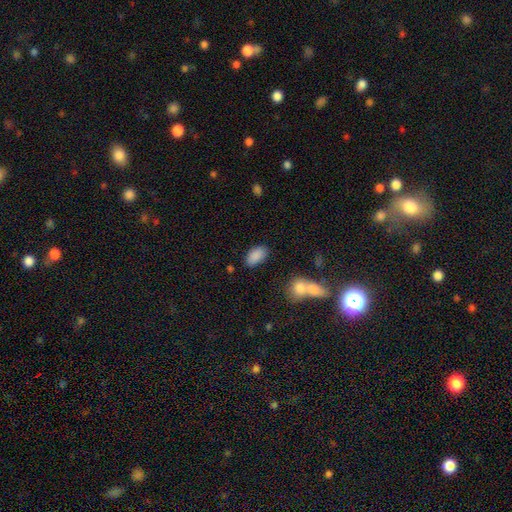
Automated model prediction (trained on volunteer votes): Q: Smooth or featured?
A: smooth (88%); runner-up: star or artifact (7%)
Q: How rounded?
A: in between (94%); runner-up: round (4%)
Q: Merging?
A: none (79%); runner-up: minor disturbance (12%)